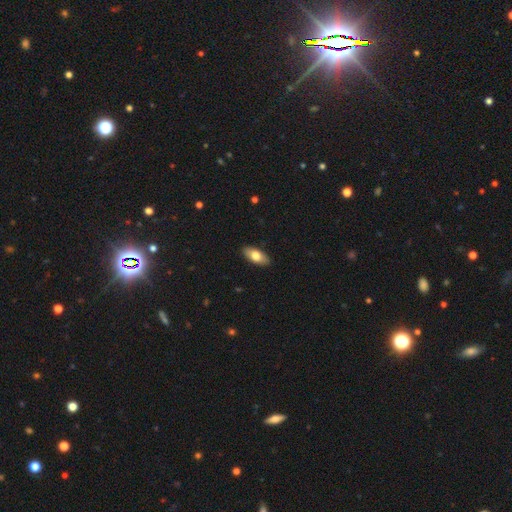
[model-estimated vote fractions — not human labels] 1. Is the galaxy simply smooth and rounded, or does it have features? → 74% smooth, 20% featured or disk, 6% star or artifact.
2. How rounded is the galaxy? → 88% in between, 9% cigar-shaped, 3% round.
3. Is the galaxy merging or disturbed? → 89% none, 8% minor disturbance, 2% major disturbance, 1% merger.